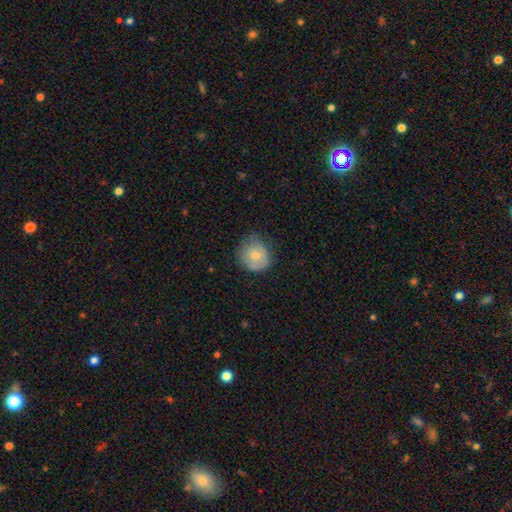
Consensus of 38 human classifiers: Overall: smooth (76%). How rounded: round (86%). Merging: none (61%; minor disturbance 28%).